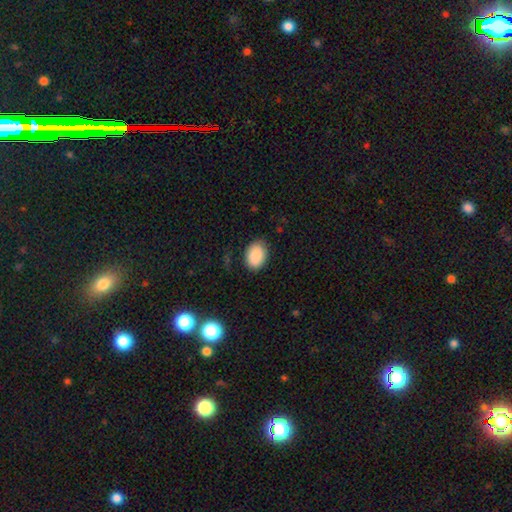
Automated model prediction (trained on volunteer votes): smooth 88%, star or artifact 7%, featured or disk 5%. Down the decision tree: how rounded — in between (81%); merging — none (79%).